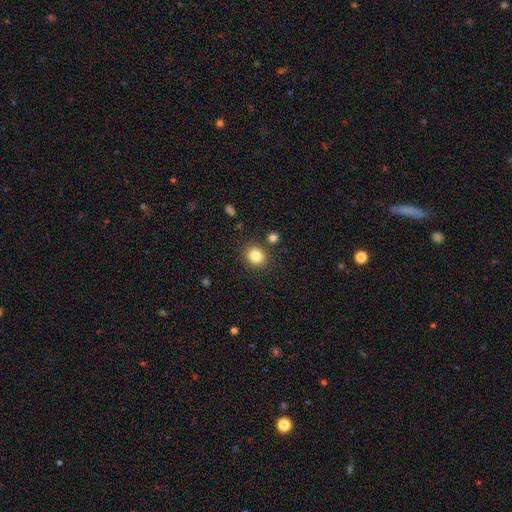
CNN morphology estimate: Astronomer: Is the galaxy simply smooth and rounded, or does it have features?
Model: smooth — 84%.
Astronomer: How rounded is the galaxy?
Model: round — 80%.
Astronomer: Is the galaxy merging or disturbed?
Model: none — 84%.